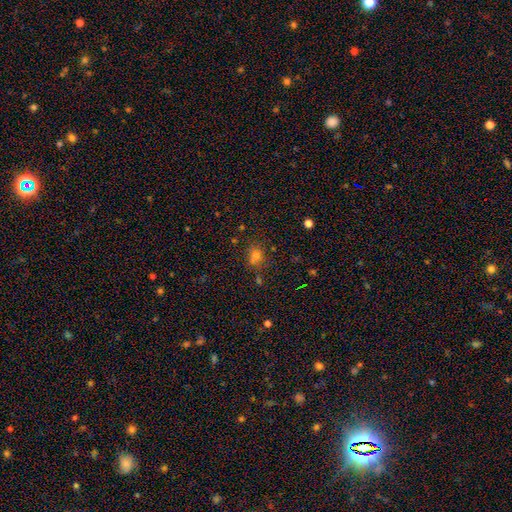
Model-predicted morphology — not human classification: Q: Smooth or featured?
A: smooth (66%); runner-up: star or artifact (26%)
Q: How rounded?
A: round (61%); runner-up: in between (37%)
Q: Merging?
A: none (72%); runner-up: minor disturbance (15%)